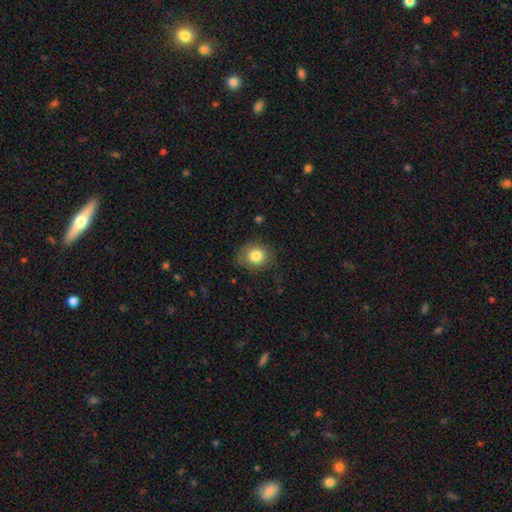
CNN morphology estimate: This appears to be a smooth galaxy with no disk features (83%) that is round (72%). Merging: none (72%).